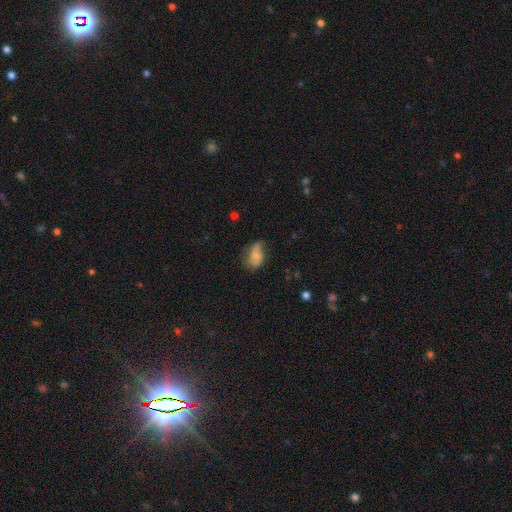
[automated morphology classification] Smooth or featured: smooth — 65% (featured or disk — 27%)
How rounded: in between — 88% (round — 9%)
Merging: none — 41% (minor disturbance — 38%)